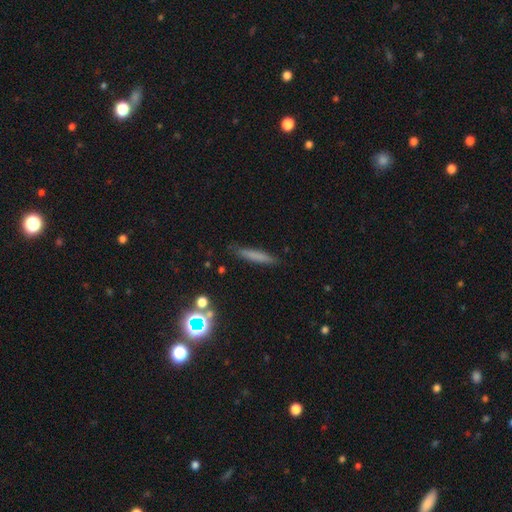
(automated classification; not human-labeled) Morphology: type=smooth (70%); roundness=cigar-shaped (91%); merging=none (84%).